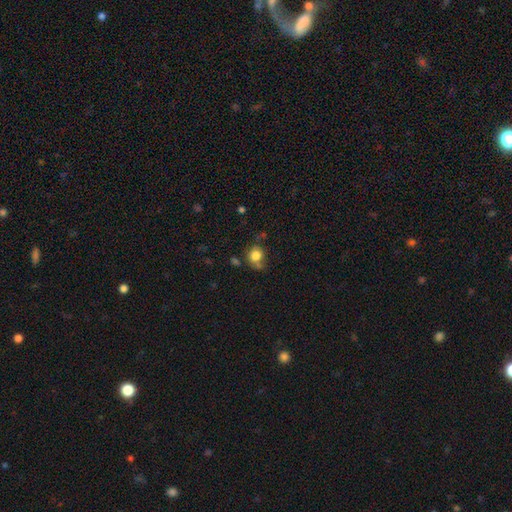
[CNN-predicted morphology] type=smooth (80%); roundness=round (76%); merging=none (56%).